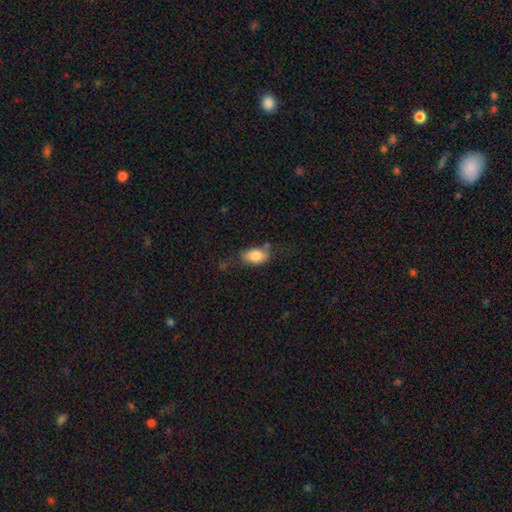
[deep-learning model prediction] A smooth galaxy with no disk features (83%) that is in between round and cigar-shaped (89%).

Vote fractions:
- Smooth or featured? smooth: 83% / featured or disk: 10% / star or artifact: 7%
- How rounded? in between: 89% / round: 8% / cigar-shaped: 3%
- Merging? none: 56% / minor disturbance: 28% / major disturbance: 9% / merger: 7%